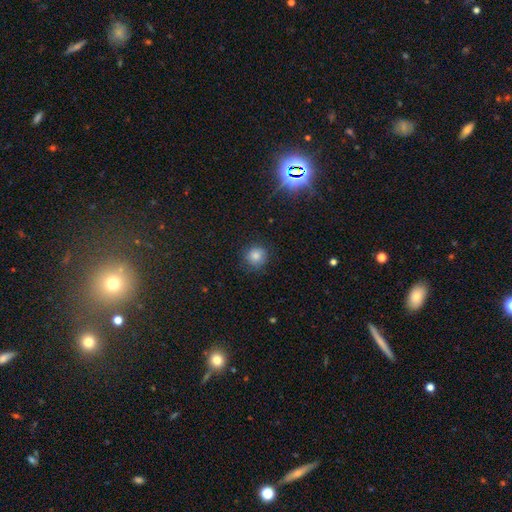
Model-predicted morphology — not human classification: Q: Smooth or featured?
A: smooth (80%); runner-up: star or artifact (14%)
Q: How rounded?
A: round (92%); runner-up: in between (7%)
Q: Merging?
A: none (84%); runner-up: minor disturbance (11%)